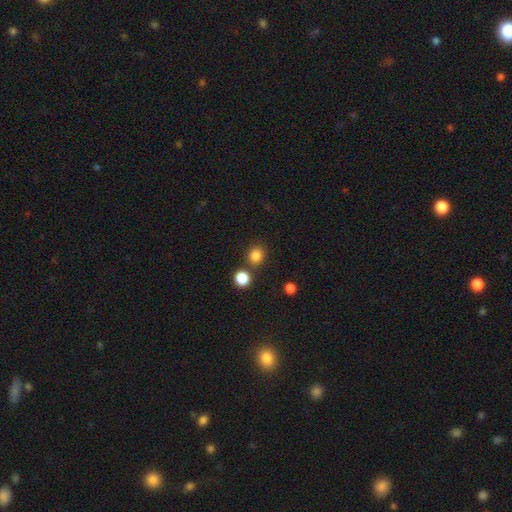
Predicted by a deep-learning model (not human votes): Morphology: type=smooth (83%); roundness=round (79%); merging=none (79%).